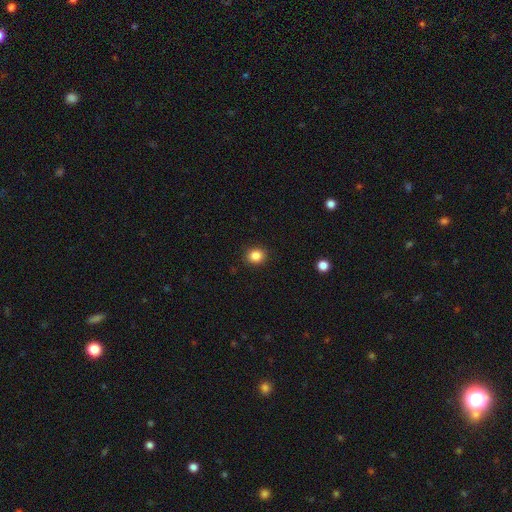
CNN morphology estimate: Overall: smooth (86%). How rounded: round (70%). Merging: none (90%).